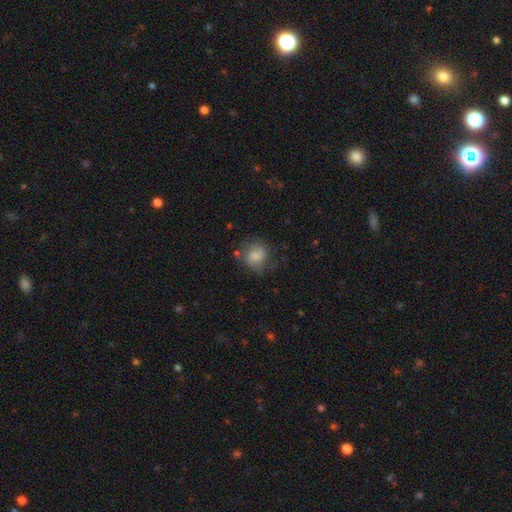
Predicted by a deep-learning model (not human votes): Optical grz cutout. It shows a smooth galaxy with no disk features (64%) that is round (66%). Merging: none (49%).